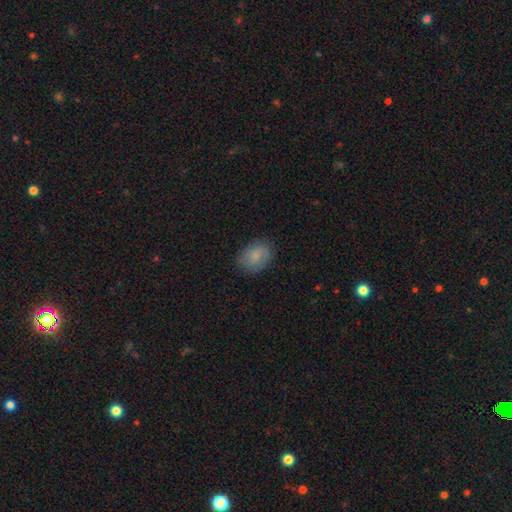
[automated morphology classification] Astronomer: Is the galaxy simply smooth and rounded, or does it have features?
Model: smooth — 79%.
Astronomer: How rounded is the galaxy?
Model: in between — 73%.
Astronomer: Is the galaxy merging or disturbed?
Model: none — 79%.